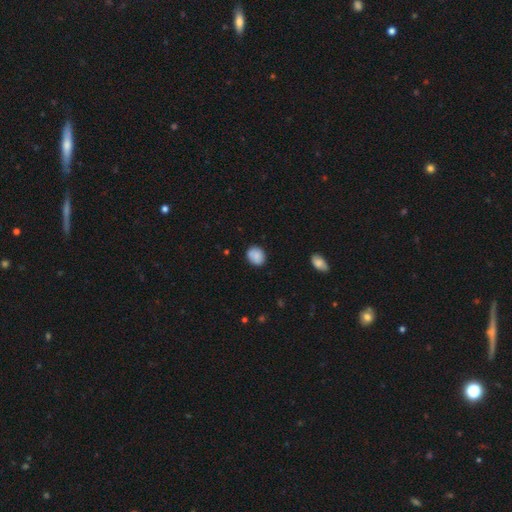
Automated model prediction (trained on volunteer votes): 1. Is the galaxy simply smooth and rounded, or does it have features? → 86% smooth, 8% star or artifact, 6% featured or disk.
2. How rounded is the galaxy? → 58% round, 41% in between, 1% cigar-shaped.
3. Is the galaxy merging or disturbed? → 81% none, 14% minor disturbance, 3% major disturbance, 2% merger.